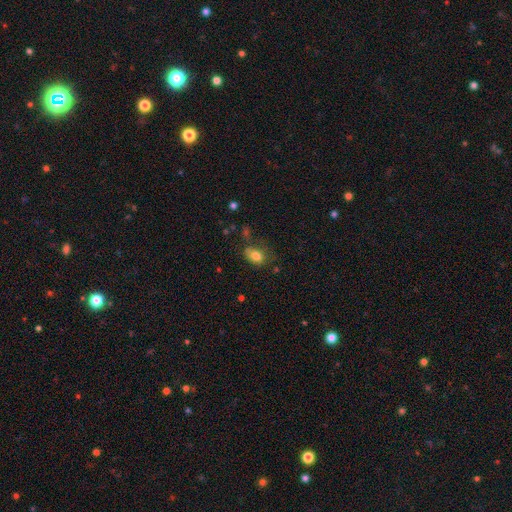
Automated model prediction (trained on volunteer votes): This appears to be a smooth galaxy with no disk features (78%) that is in between round and cigar-shaped (80%). Merging: none (52%).